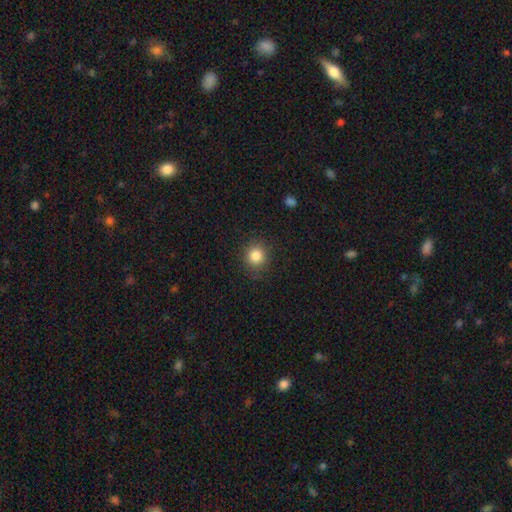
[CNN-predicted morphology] Smooth or featured: smooth — 84% (star or artifact — 11%)
How rounded: round — 88% (in between — 11%)
Merging: none — 88% (minor disturbance — 8%)